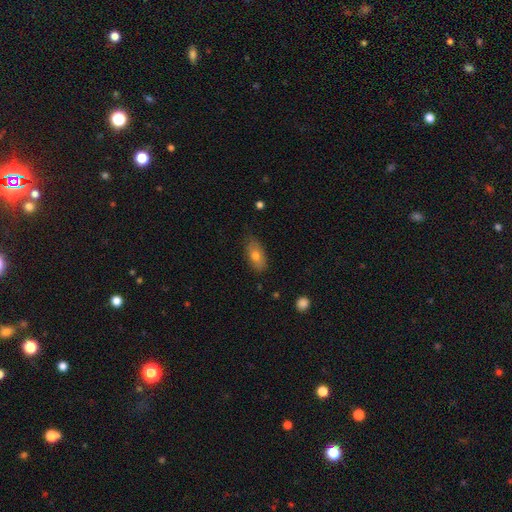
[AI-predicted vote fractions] This is likely a smooth galaxy (72%). How rounded: clearly in between (89%). Merging: likely none (74%).